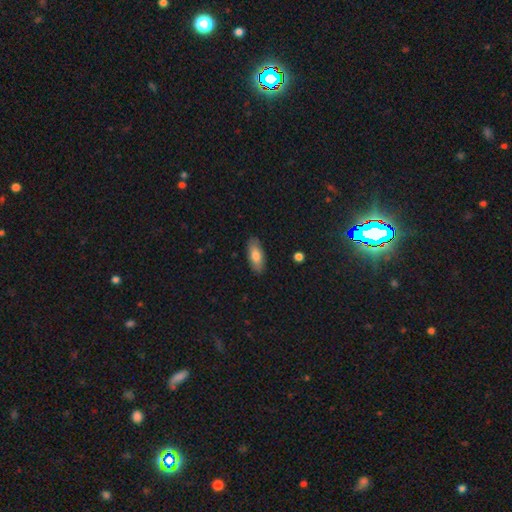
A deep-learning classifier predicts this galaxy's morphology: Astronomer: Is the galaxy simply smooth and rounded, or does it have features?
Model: smooth — 77%.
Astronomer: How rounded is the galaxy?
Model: in between — 79%.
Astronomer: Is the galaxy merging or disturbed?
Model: none — 87%.